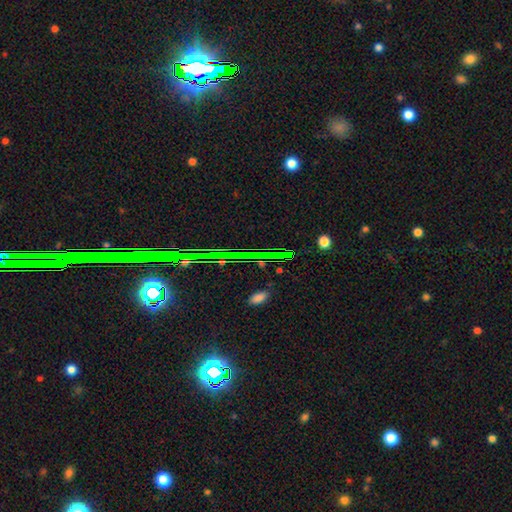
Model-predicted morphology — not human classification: A star or artifact, not a galaxy (81%).

Vote fractions:
- Smooth or featured? star or artifact: 81% / featured or disk: 10% / smooth: 9%